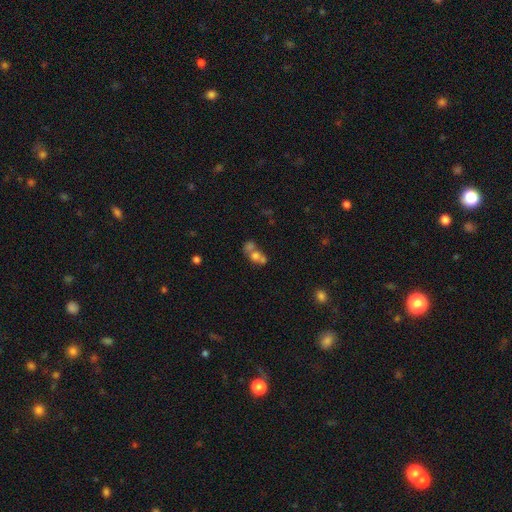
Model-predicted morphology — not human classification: Smooth or featured?
  - smooth: 58% *
  - featured or disk: 28%
  - star or artifact: 14%
How rounded?
  - round: 51% *
  - in between: 47%
  - cigar-shaped: 2%
Merging?
  - merger: 63% *
  - none: 23%
  - minor disturbance: 8%
  - major disturbance: 7%